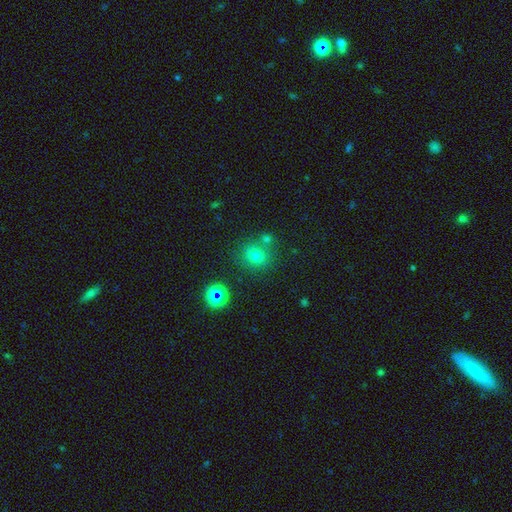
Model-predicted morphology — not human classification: Smooth or featured? smooth (71%)
How rounded? round (79%)
Merging? none (70%)